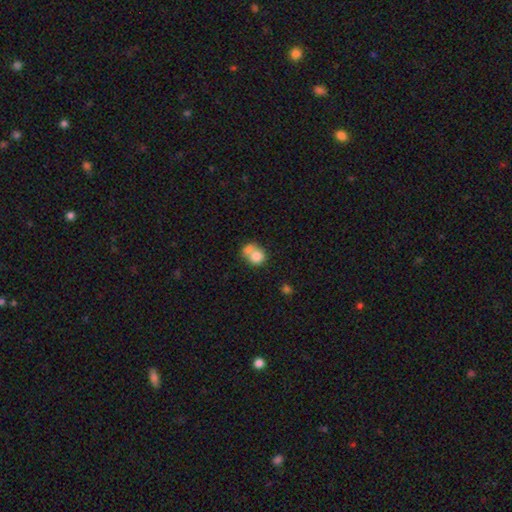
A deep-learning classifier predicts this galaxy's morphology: smooth-or-featured: smooth: 77% | featured or disk: 14% | star or artifact: 9%
  how-rounded: round: 73% | in between: 26% | cigar-shaped: 1%
  merging: merger: 58% | none: 29% | minor disturbance: 8% | major disturbance: 5%